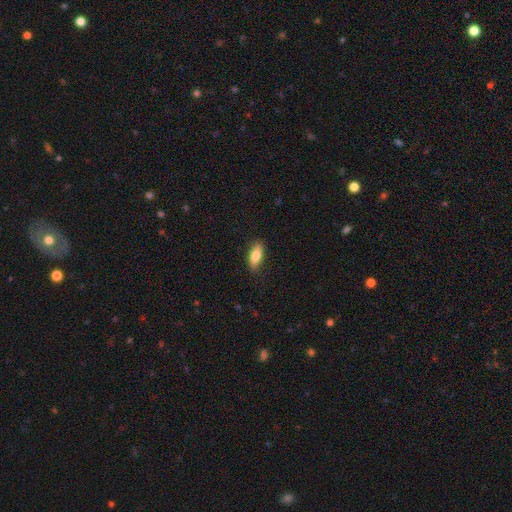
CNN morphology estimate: Smooth or featured? smooth (79%)
How rounded? in between (77%)
Merging? none (84%)